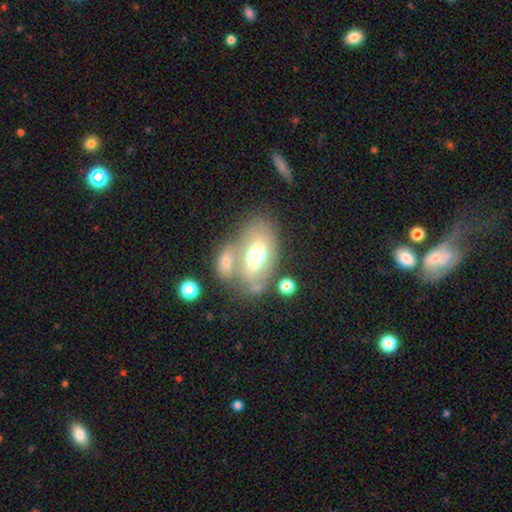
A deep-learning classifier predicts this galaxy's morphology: smooth_or_featured: smooth (p=0.53) [alt: featured or disk p=0.39]
how_rounded: in between (p=0.88) [alt: round p=0.09]
merging: none (p=0.41) [alt: merger p=0.36]